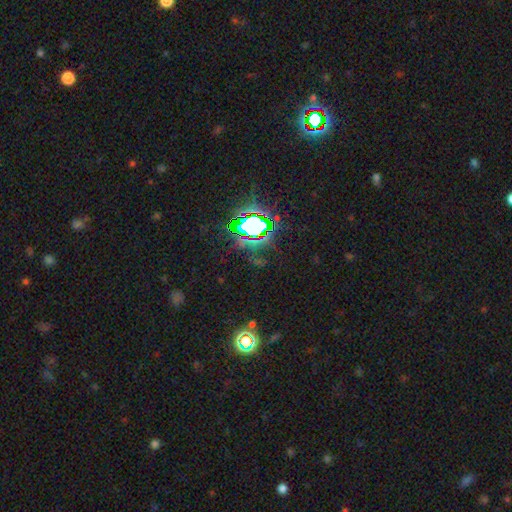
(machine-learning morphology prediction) smooth-or-featured: star or artifact: 80% | smooth: 12% | featured or disk: 8%